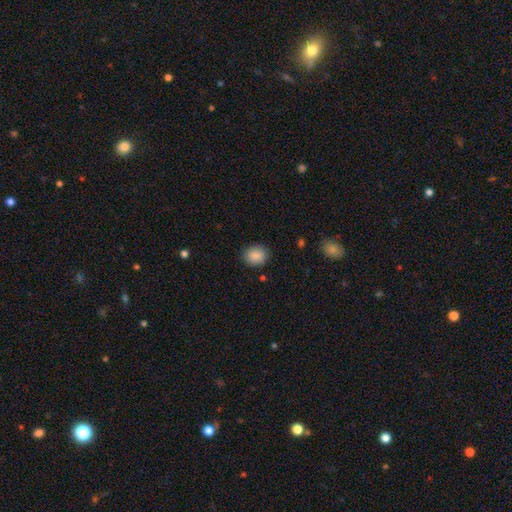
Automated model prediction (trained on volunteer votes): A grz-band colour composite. It shows a smooth galaxy with no disk features (88%) that is round (67%). Merging: none (86%).